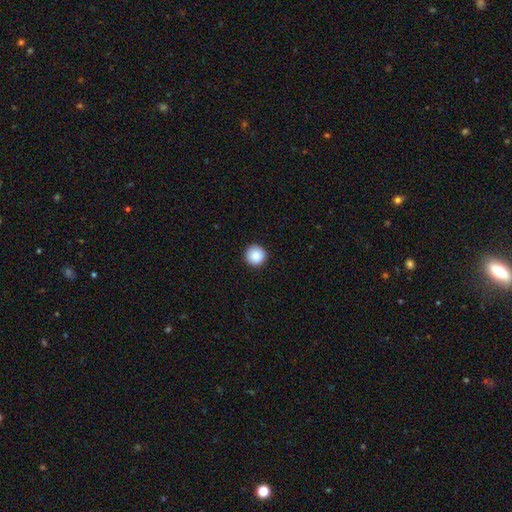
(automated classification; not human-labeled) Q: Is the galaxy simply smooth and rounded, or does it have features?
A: smooth — 86%.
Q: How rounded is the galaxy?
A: round — 97%.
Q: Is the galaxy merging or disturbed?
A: none — 93%.